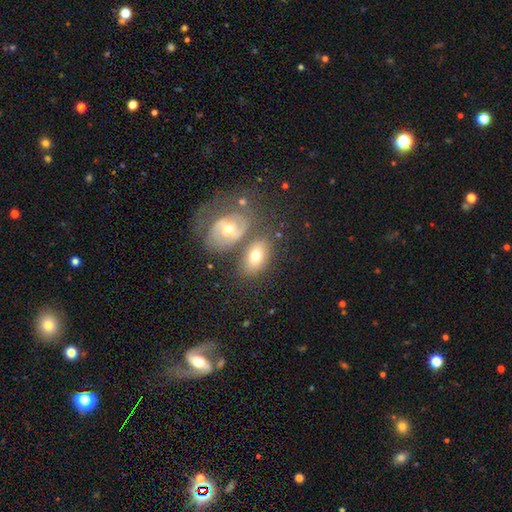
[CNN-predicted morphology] smooth 55%, featured or disk 36%, star or artifact 9%. Down the decision tree: how rounded — in between (86%); merging — none (53%).